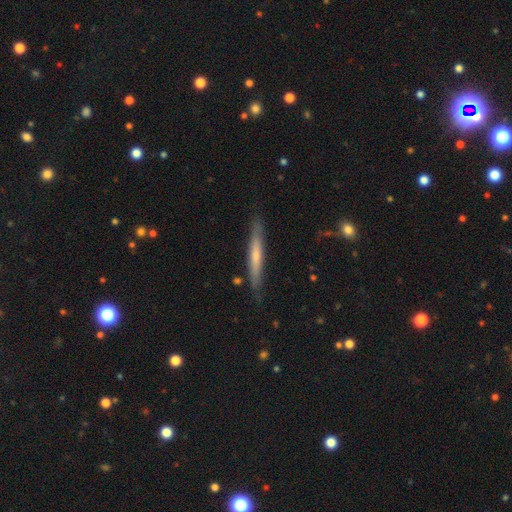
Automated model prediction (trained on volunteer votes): smooth-or-featured: smooth: 51% | featured or disk: 43% | star or artifact: 6%
  how-rounded: cigar-shaped: 95% | in between: 4% | round: 1%
  merging: none: 85% | minor disturbance: 11% | major disturbance: 2% | merger: 2%